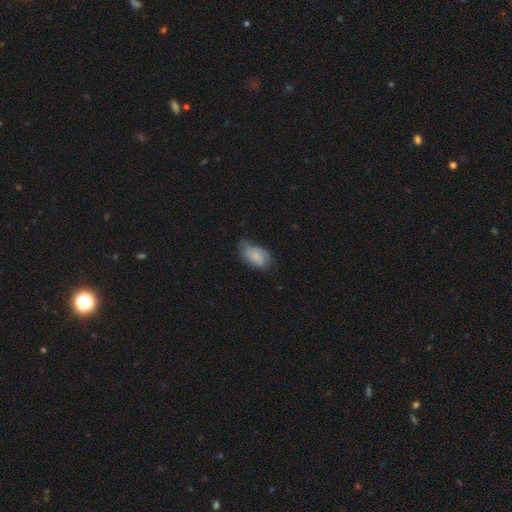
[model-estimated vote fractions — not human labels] Smooth or featured? Predicted: smooth (p=0.62). How rounded? Predicted: in between (p=0.90). Merging? Predicted: none (p=0.44).